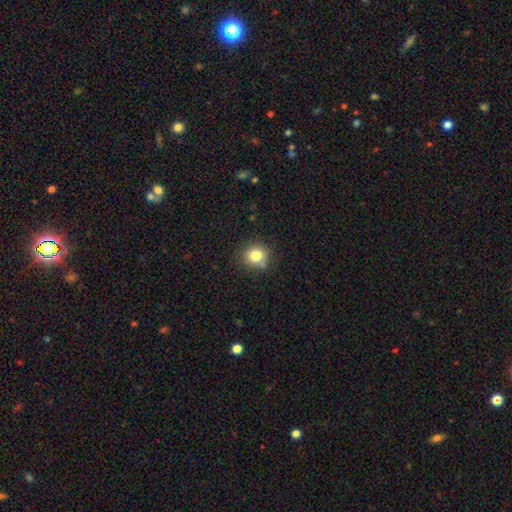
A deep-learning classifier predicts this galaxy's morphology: Overall: smooth (80%). How rounded: round (84%). Merging: none (79%).